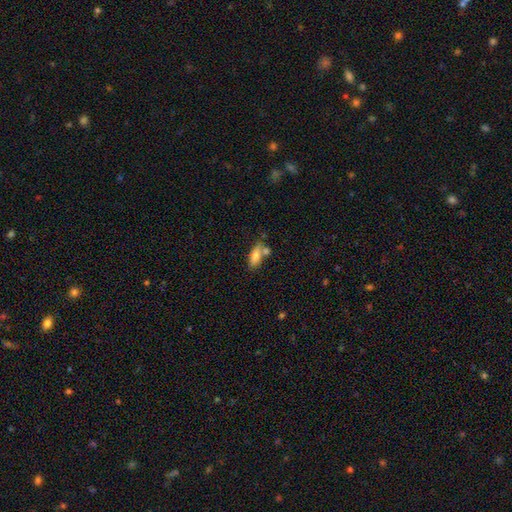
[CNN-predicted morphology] Q: Smooth or featured?
A: smooth (76%); runner-up: featured or disk (16%)
Q: How rounded?
A: in between (74%); runner-up: cigar-shaped (23%)
Q: Merging?
A: none (51%); runner-up: merger (26%)